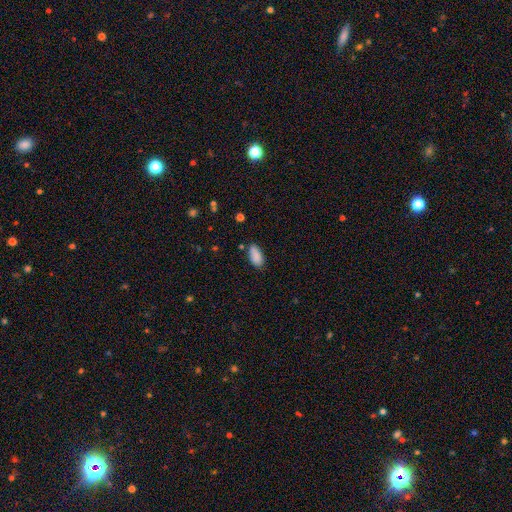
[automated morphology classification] type=smooth (88%); roundness=in between (89%); merging=none (77%).